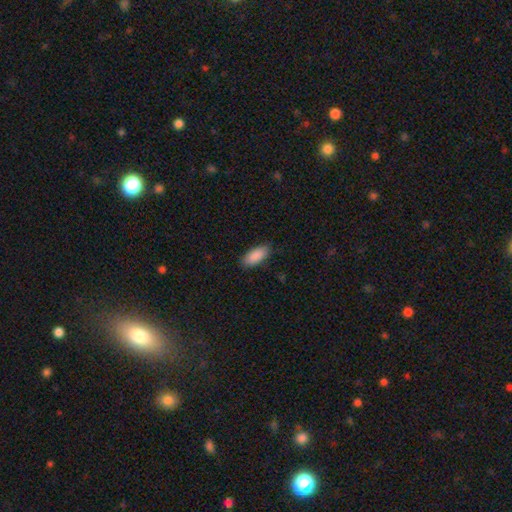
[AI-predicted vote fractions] Q: Smooth or featured?
A: smooth (90%); runner-up: star or artifact (6%)
Q: How rounded?
A: in between (86%); runner-up: cigar-shaped (12%)
Q: Merging?
A: none (86%); runner-up: minor disturbance (11%)